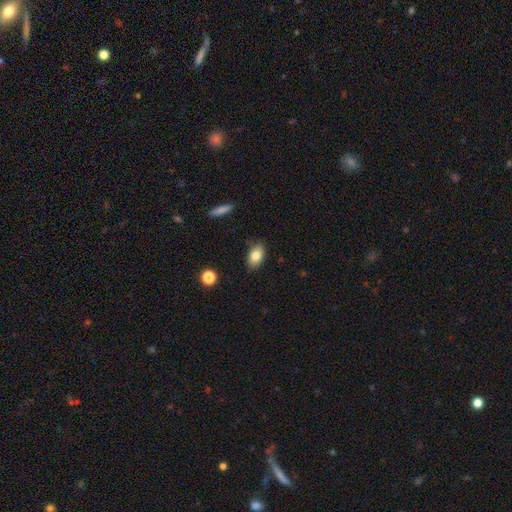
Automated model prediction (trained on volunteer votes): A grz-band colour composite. It shows a smooth galaxy with no disk features (82%) that is in between round and cigar-shaped (89%). Merging: none (84%).